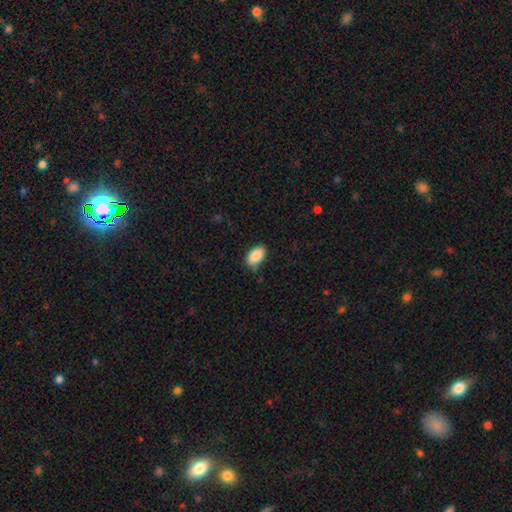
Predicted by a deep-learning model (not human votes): Smooth or featured? smooth (88%)
How rounded? in between (93%)
Merging? none (75%)